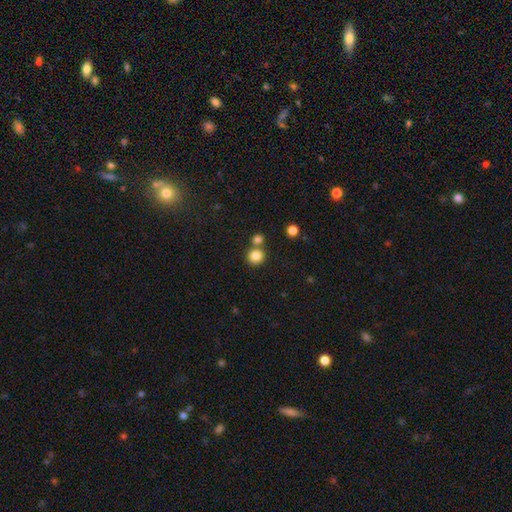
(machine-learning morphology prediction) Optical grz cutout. It shows a smooth galaxy with no disk features (84%) that is round (91%). Merging: none (69%).